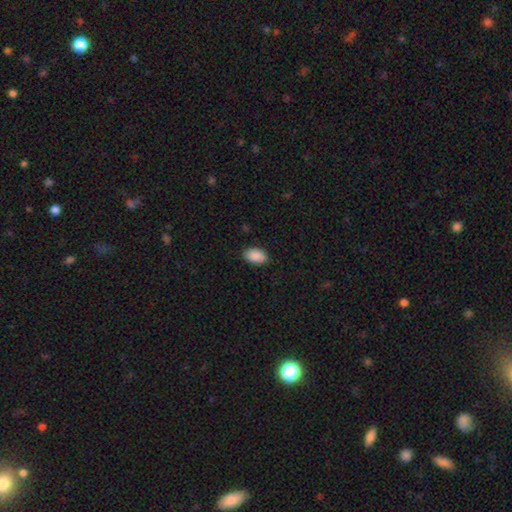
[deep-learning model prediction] This is clearly a smooth galaxy (89%). How rounded: clearly in between (92%). Merging: clearly none (86%).